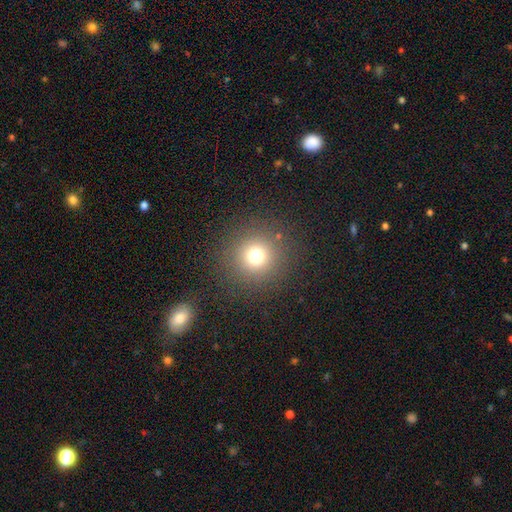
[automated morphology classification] smooth 73%, star or artifact 19%, featured or disk 9%. Down the decision tree: how rounded — round (95%); merging — none (89%).